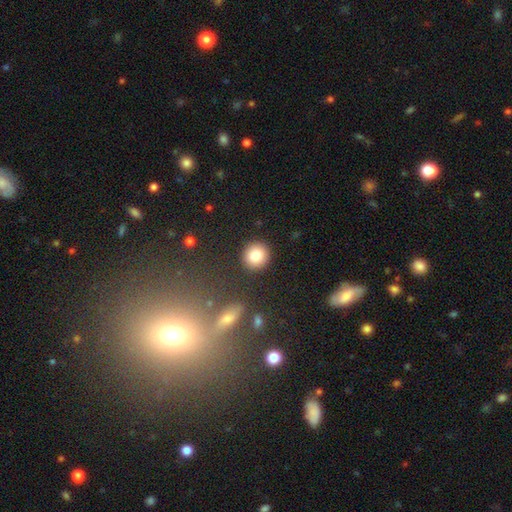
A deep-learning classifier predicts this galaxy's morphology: Overall: smooth (84%). How rounded: round (90%). Merging: none (89%).